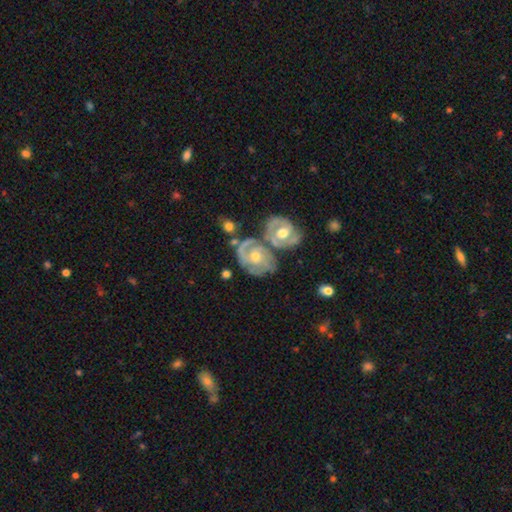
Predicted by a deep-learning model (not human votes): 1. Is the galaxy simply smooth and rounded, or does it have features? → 82% featured or disk, 11% smooth, 6% star or artifact.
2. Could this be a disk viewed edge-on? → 96% no, 4% yes.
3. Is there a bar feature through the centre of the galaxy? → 67% no, 25% weak, 7% strong.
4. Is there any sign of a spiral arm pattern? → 92% yes, 8% no.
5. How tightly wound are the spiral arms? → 54% tight, 38% medium, 8% loose.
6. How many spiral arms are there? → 41% 2, 27% 3, 19% can't tell, 5% 1, 5% 4, 3% more than 4.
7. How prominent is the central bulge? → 70% moderate, 21% small, 6% large, 2% none, 1% dominant.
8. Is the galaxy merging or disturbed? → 42% merger, 35% none, 14% minor disturbance, 9% major disturbance.